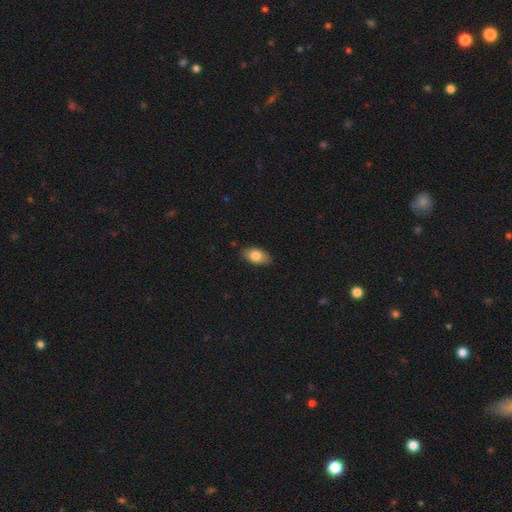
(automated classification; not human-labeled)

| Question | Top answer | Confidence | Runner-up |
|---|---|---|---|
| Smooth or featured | smooth | 81% | featured or disk (12%) |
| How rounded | in between | 91% | round (6%) |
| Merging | none | 84% | minor disturbance (12%) |